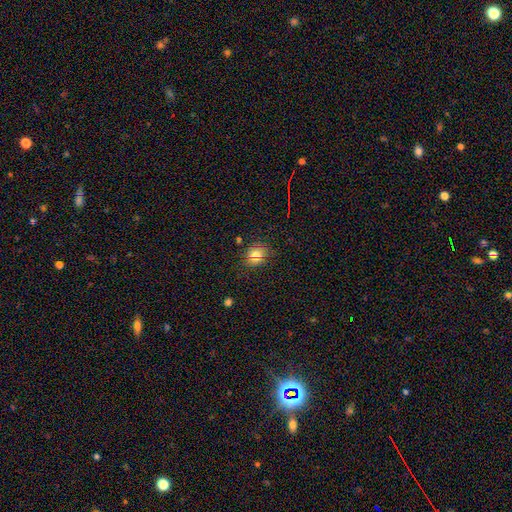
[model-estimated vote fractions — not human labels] smooth 73%, star or artifact 16%, featured or disk 10%. Down the decision tree: how rounded — round (66%); merging — none (80%).